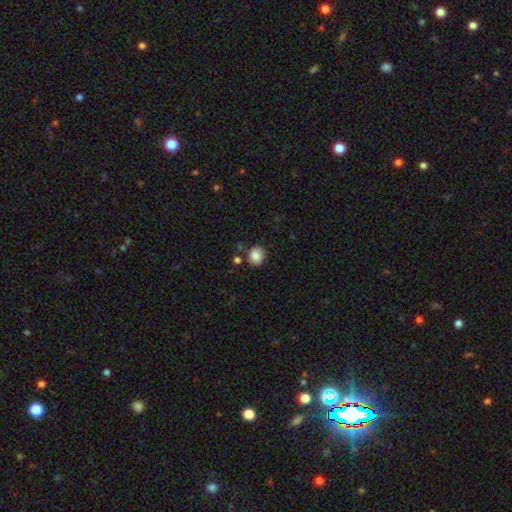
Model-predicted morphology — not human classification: A smooth galaxy with no disk features (87%) that is round (64%).

Vote fractions:
- Smooth or featured? smooth: 87% / star or artifact: 9% / featured or disk: 5%
- How rounded? round: 64% / in between: 35% / cigar-shaped: 1%
- Merging? none: 79% / minor disturbance: 13% / merger: 6% / major disturbance: 3%